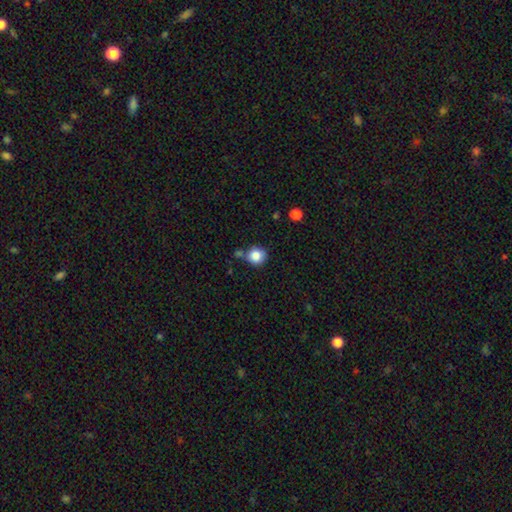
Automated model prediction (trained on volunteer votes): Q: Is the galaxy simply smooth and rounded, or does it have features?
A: smooth — 84%.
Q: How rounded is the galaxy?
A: round — 91%.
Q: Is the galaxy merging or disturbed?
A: none — 70%.